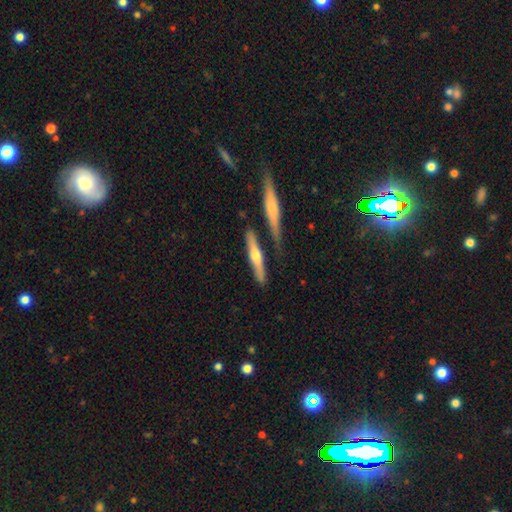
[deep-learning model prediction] featured or disk 59%, smooth 35%, star or artifact 6%. Down the decision tree: edge-on disk — yes (95%); edge-on bulge — rounded (89%); merging — none (73%).